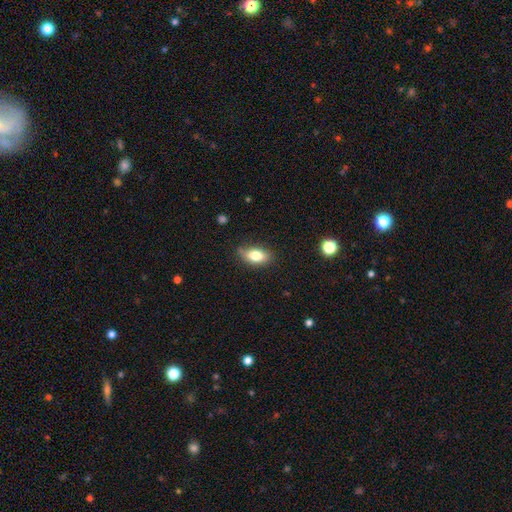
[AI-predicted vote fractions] Overall: smooth (77%). How rounded: in between (87%). Merging: none (69%).